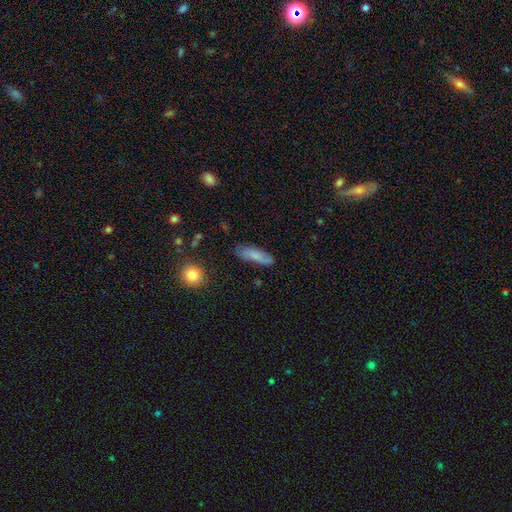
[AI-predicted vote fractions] This is likely a smooth galaxy (70%). How rounded: possibly in between (52%). Merging: likely none (71%).